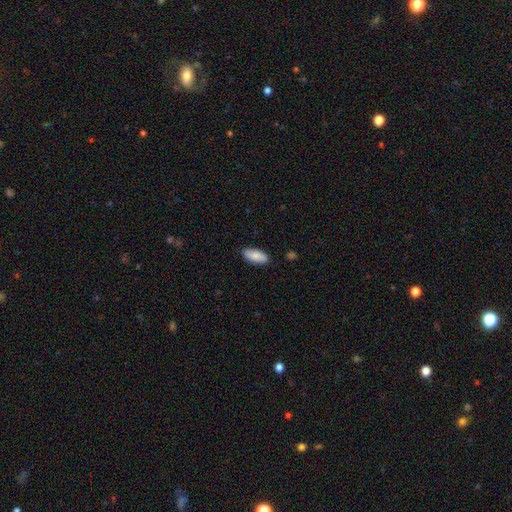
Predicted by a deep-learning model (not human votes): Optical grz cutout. It shows a smooth galaxy with no disk features (84%) that is in between round and cigar-shaped (88%). Merging: none (87%).